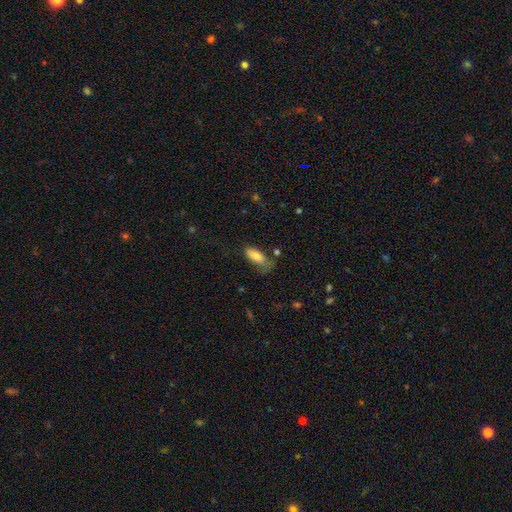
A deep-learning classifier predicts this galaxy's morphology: Smooth or featured? Predicted: smooth (p=0.82). How rounded? Predicted: in between (p=0.77). Merging? Predicted: none (p=0.46).